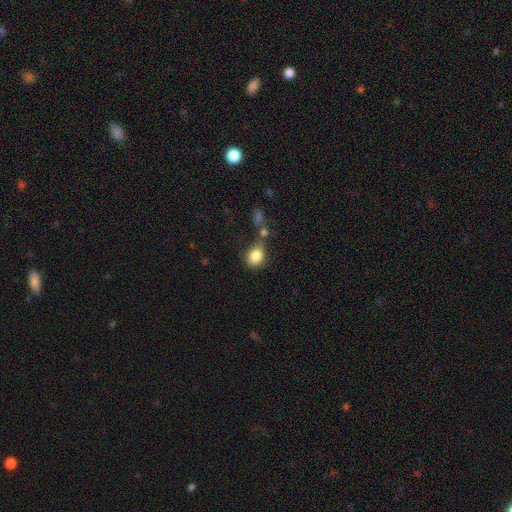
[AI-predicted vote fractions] Morphology: type=smooth (84%); roundness=round (50%); merging=none (53%).